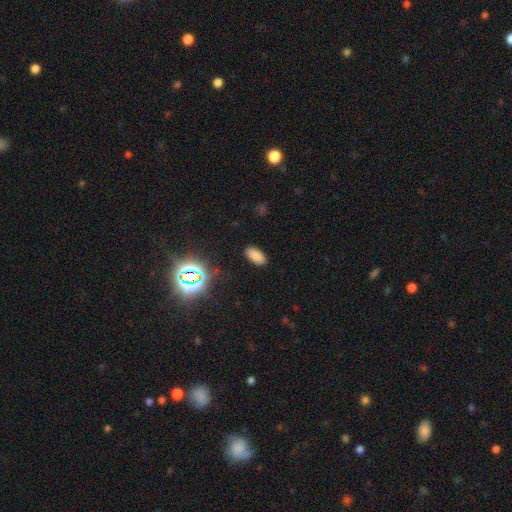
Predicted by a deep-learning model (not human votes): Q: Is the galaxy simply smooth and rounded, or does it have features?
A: smooth — 78%.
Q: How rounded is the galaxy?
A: in between — 91%.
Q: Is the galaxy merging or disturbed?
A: none — 88%.